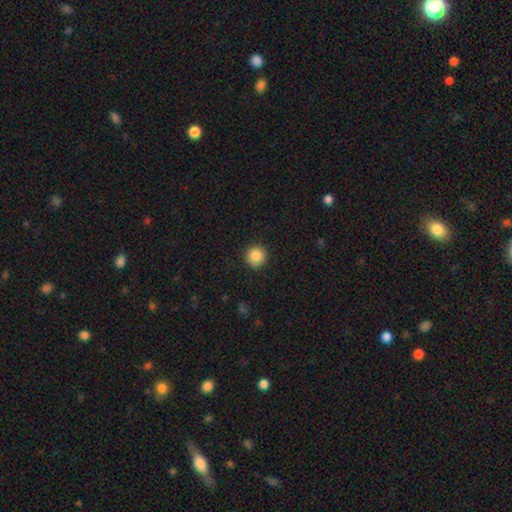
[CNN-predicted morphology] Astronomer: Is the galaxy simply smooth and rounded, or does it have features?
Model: smooth — 87%.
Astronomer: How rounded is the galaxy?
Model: round — 94%.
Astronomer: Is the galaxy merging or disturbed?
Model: none — 91%.